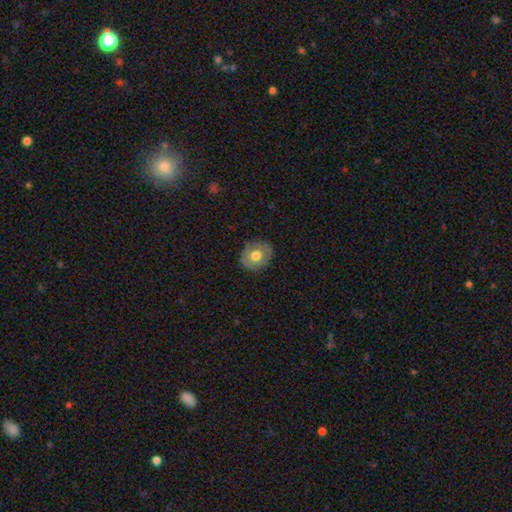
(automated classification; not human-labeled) The model was most divided on "smooth or featured": smooth: 57%, featured or disk: 36%, star or artifact: 7%. More confident: merging — none (82%); how rounded — round (70%).